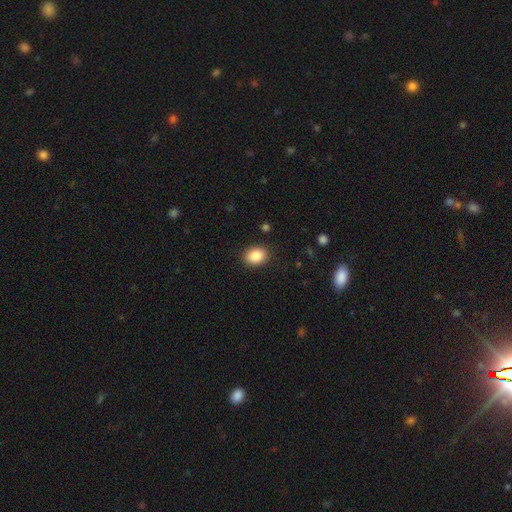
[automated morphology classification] Smooth or featured? smooth (87%)
How rounded? in between (60%)
Merging? none (88%)